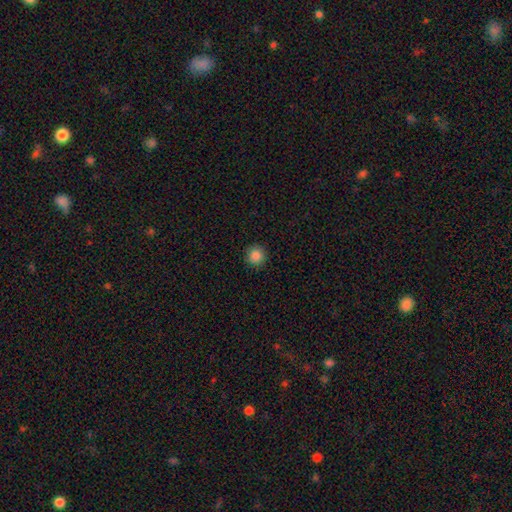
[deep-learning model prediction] A smooth galaxy with no disk features (86%) that is round (95%). Merging: none (92%).